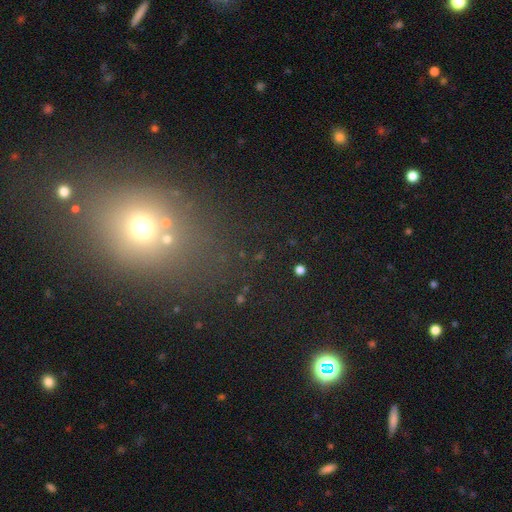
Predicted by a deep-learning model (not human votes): A star or artifact, not a galaxy (45%).

Vote fractions:
- Smooth or featured? star or artifact: 45% / smooth: 43% / featured or disk: 12%